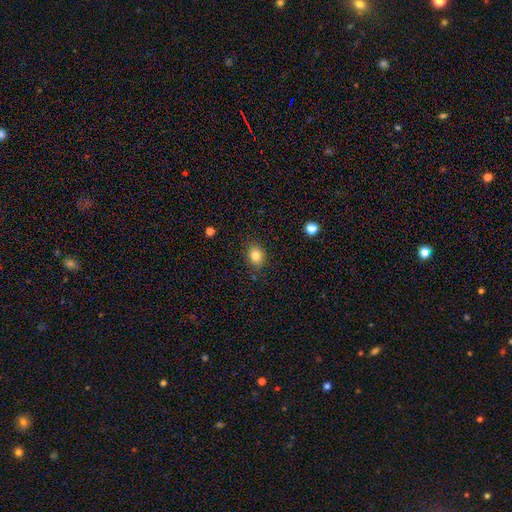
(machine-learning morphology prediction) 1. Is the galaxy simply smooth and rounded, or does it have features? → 82% smooth, 10% star or artifact, 7% featured or disk.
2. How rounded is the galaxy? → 55% in between, 44% round, 1% cigar-shaped.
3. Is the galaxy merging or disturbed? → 85% none, 11% minor disturbance, 3% major disturbance, 1% merger.